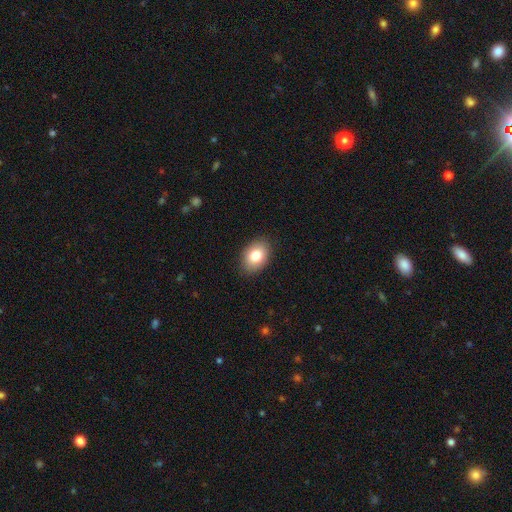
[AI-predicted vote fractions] A smooth galaxy with no disk features (82%) that is in between round and cigar-shaped (81%). Merging: none (88%).